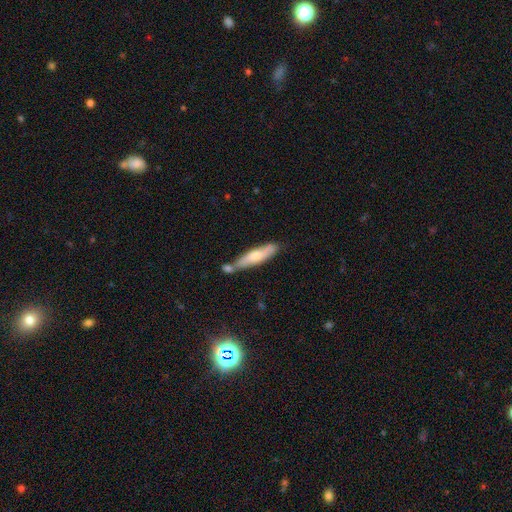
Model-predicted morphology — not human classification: This appears to be a smooth galaxy with no disk features (60%) that is cigar-shaped (78%). Merging: none (52%).